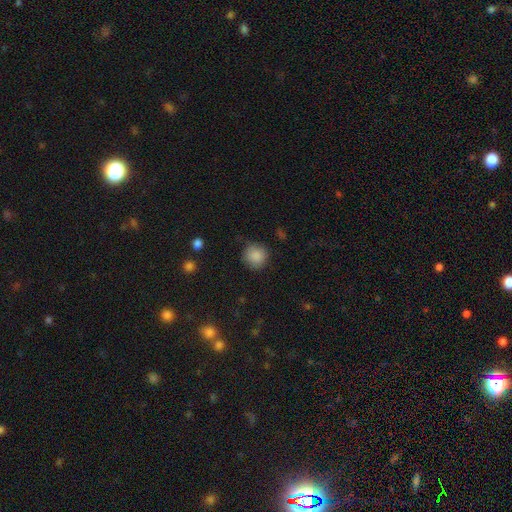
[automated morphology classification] Overall: smooth (87%). How rounded: round (93%). Merging: none (82%).